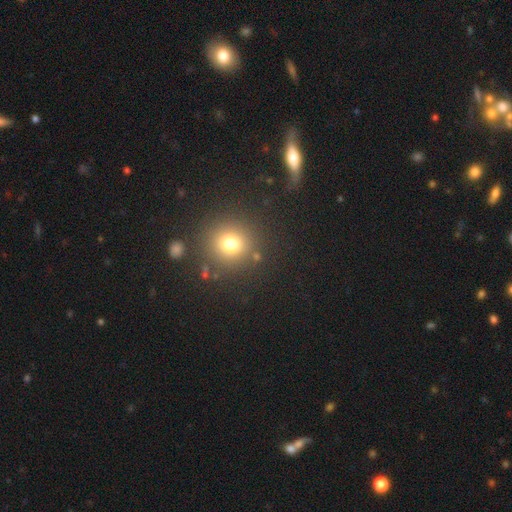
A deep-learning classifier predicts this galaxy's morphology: smooth 54%, star or artifact 37%, featured or disk 10%. Down the decision tree: how rounded — round (92%); merging — none (86%).